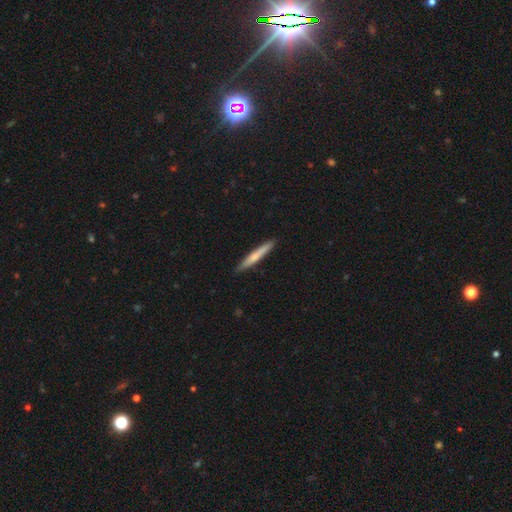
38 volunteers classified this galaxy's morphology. smooth-or-featured: smooth: 50% | featured or disk: 42% | star or artifact: 8%
  how-rounded: cigar-shaped: 100% | round: 0% | in between: 0%
  merging: none: 100% | minor disturbance: 0% | major disturbance: 0% | merger: 0%